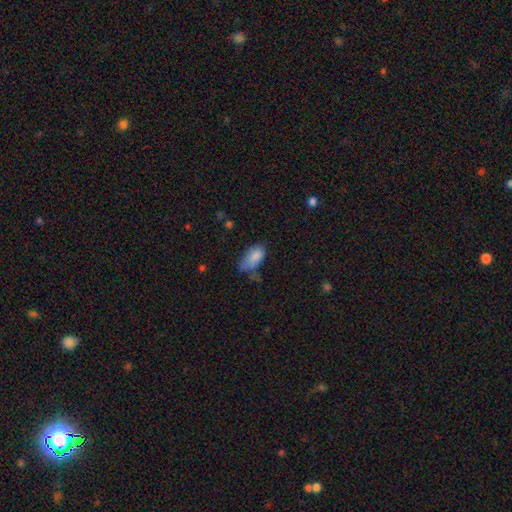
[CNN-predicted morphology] Smooth or featured? Predicted: smooth (p=0.82). How rounded? Predicted: in between (p=0.92). Merging? Predicted: none (p=0.39).